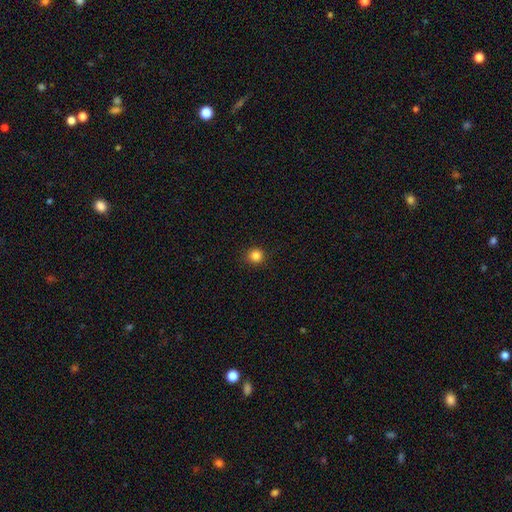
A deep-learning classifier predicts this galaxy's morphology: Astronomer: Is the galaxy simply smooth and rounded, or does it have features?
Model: smooth — 84%.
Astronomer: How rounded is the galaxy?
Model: round — 93%.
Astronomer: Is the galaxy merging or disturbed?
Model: none — 91%.